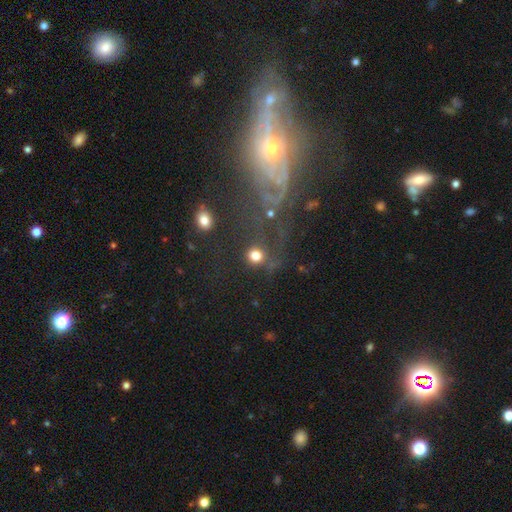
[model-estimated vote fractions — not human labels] Overall: smooth (75%). How rounded: round (88%). Merging: none (69%).